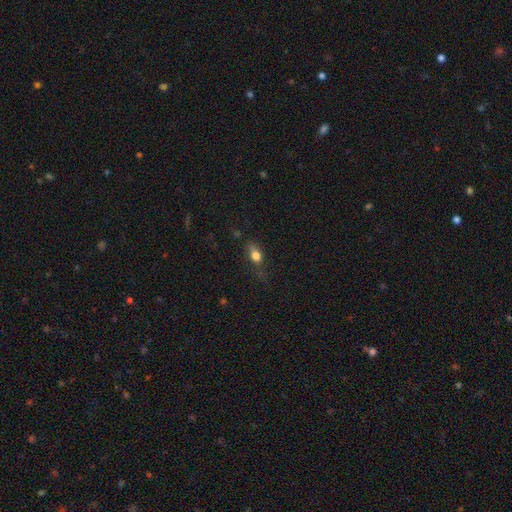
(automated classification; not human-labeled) Q: Smooth or featured?
A: smooth (73%); runner-up: featured or disk (16%)
Q: How rounded?
A: in between (64%); runner-up: round (22%)
Q: Merging?
A: none (57%); runner-up: minor disturbance (27%)